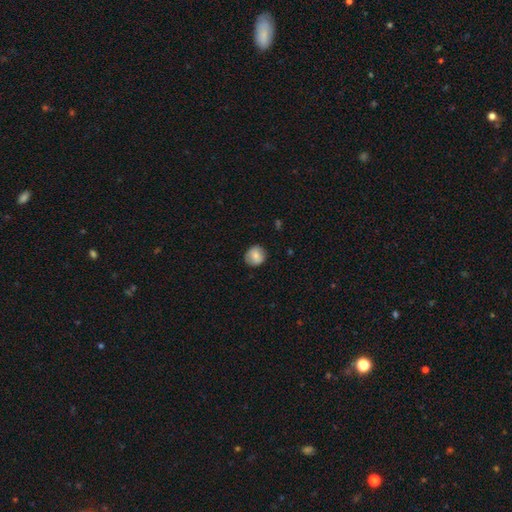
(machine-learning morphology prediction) Q: Smooth or featured?
A: smooth (80%); runner-up: featured or disk (13%)
Q: How rounded?
A: round (86%); runner-up: in between (13%)
Q: Merging?
A: none (81%); runner-up: minor disturbance (15%)